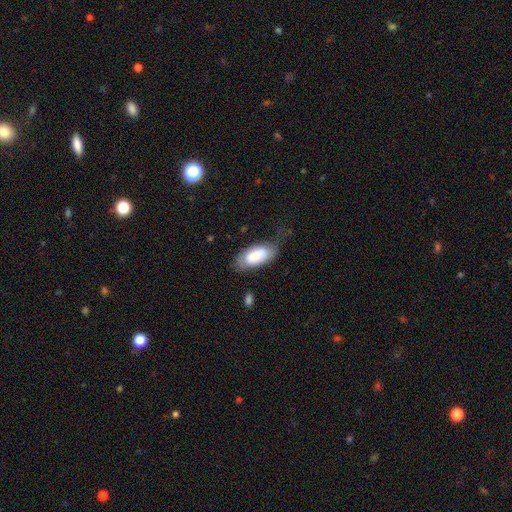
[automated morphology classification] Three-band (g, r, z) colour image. It shows a smooth galaxy with no disk features (76%) that is in between round and cigar-shaped (92%). Merging: none (43%).